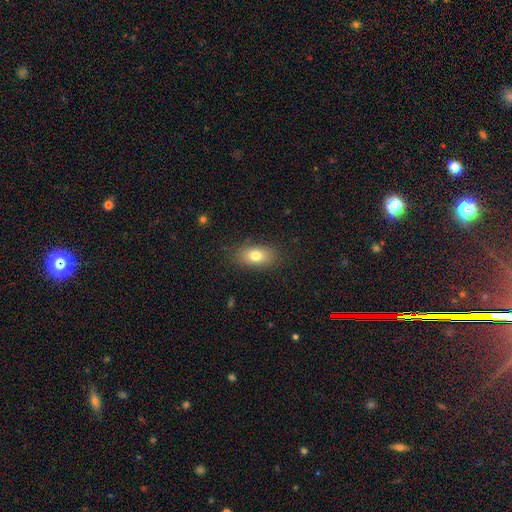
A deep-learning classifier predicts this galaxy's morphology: This is likely a smooth galaxy (77%). How rounded: clearly in between (86%). Merging: clearly none (84%).